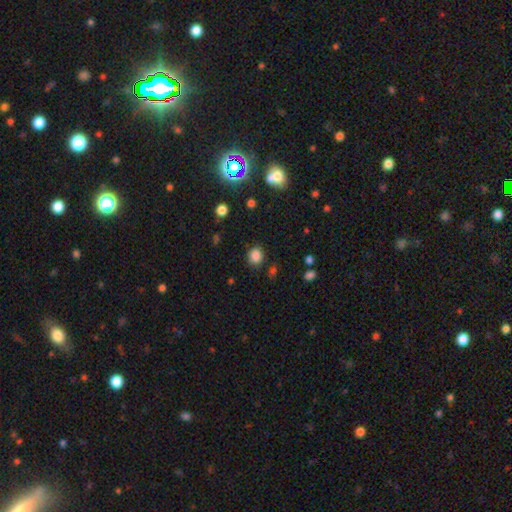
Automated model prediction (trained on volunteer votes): Smooth or featured: smooth — 84% (star or artifact — 12%)
How rounded: round — 64% (in between — 35%)
Merging: none — 83% (minor disturbance — 11%)